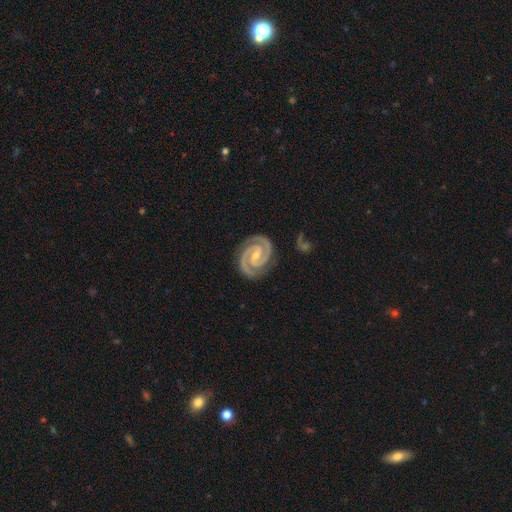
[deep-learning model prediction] This appears to be a featured or disk galaxy (94%) with a weak bar (40%), 2 (94%) tight (71%) spiral arms (99%) and a small central bulge (58%). Merging: none (86%).